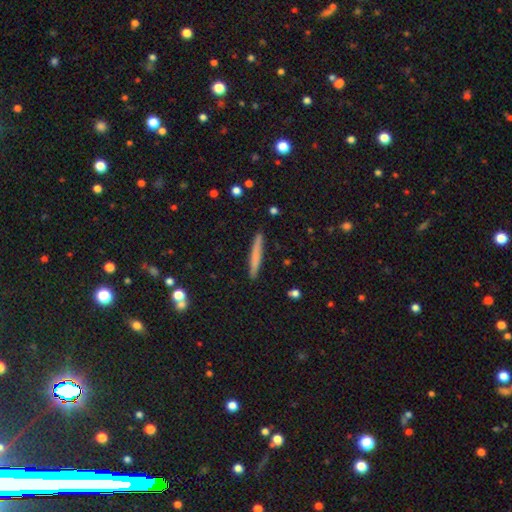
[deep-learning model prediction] A smooth galaxy with no disk features (69%) that is cigar-shaped (96%). Merging: none (90%).